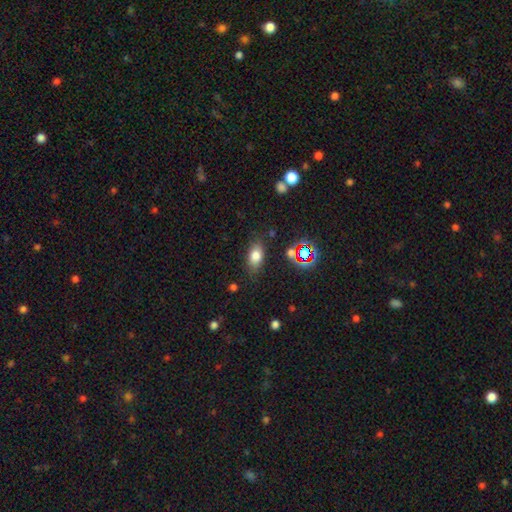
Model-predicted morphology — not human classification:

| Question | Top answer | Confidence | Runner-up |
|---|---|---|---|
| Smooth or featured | smooth | 73% | star or artifact (14%) |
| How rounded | in between | 85% | round (11%) |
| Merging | none | 79% | minor disturbance (14%) |